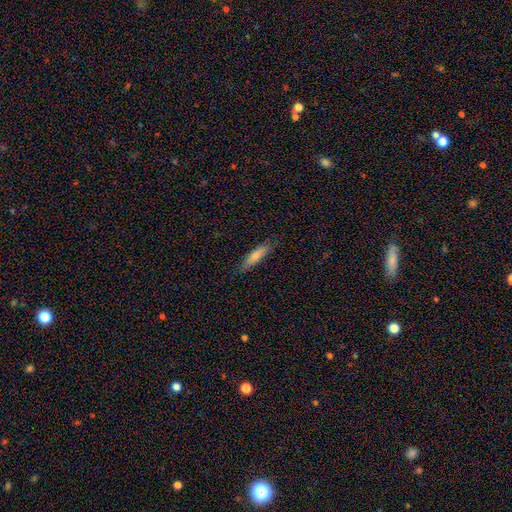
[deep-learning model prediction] A smooth galaxy with no disk features (76%) that is cigar-shaped (72%). Merging: none (83%).